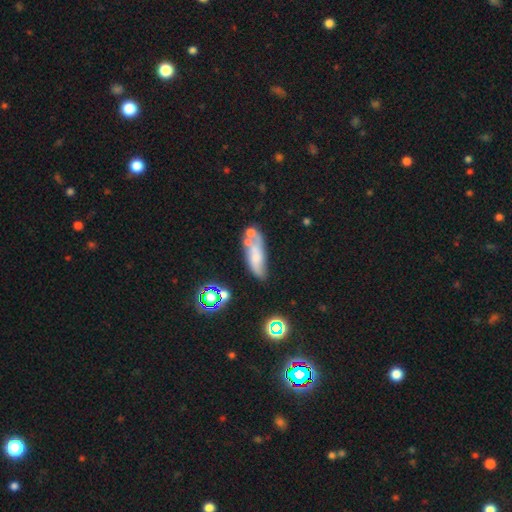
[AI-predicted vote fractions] The model was most divided on "smooth or featured": smooth: 47%, featured or disk: 41%, star or artifact: 13%. Remaining: merging — none (39%).